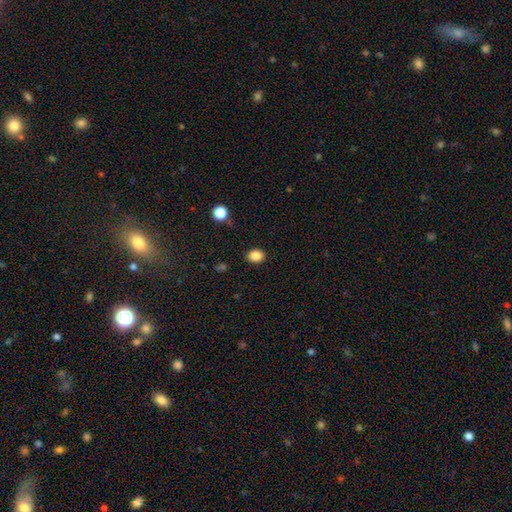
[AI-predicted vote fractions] Morphology: type=smooth (86%); roundness=round (50%); merging=none (88%).